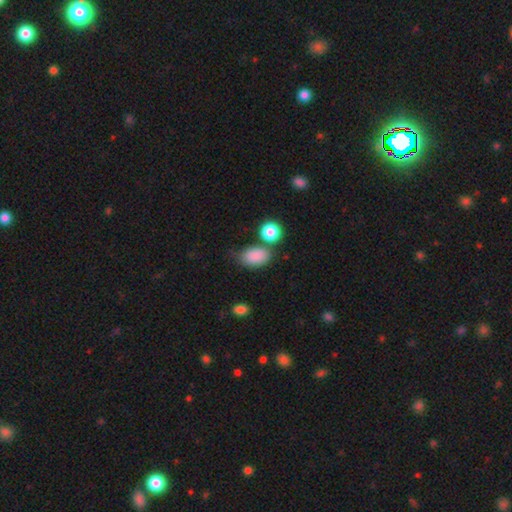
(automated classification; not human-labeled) Smooth or featured: smooth — 86% (star or artifact — 8%)
How rounded: in between — 86% (round — 12%)
Merging: none — 59% (minor disturbance — 20%)